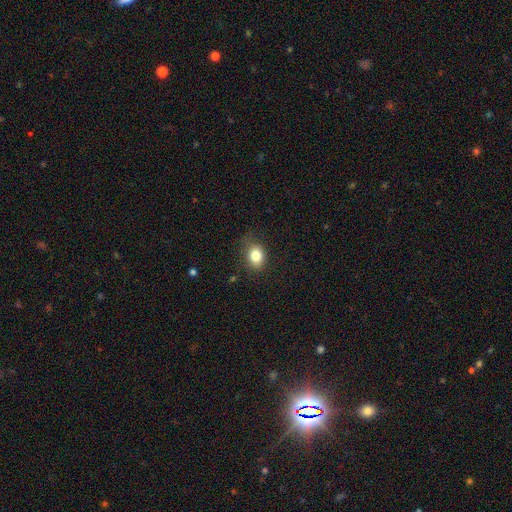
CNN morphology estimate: Overall: smooth (82%). How rounded: in between (61%; round 37%). Merging: none (75%).